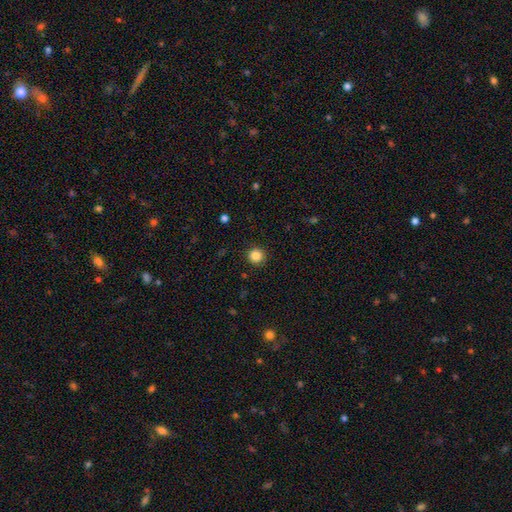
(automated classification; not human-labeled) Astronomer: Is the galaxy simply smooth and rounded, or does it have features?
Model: smooth — 85%.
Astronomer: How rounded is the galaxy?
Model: round — 95%.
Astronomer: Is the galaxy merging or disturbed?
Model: none — 92%.